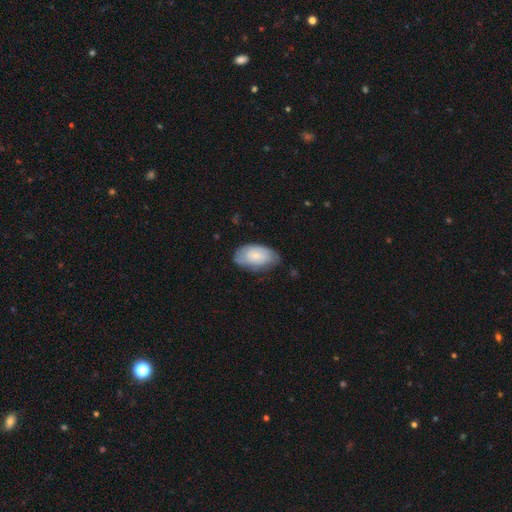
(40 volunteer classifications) A featured or disk galaxy (52%) with no bar (86%), tight (62%) spiral arms (62%) and a small central bulge (71%).

Vote fractions:
- Smooth or featured? featured or disk: 52% / smooth: 48% / star or artifact: 0%
- Edge-on disk? no: 100% / yes: 0%
- Bar? no: 86% / weak: 14% / strong: 0%
- Spiral arms? yes: 62% / no: 38%
- Spiral winding? tight: 62% / medium: 31% / loose: 8%
- Spiral arm count? can't tell: 62% / 2: 23% / 3: 8% / 4: 8% / 1: 0% / more than 4: 0%
- Bulge size? small: 71% / moderate: 14% / large: 10% / none: 5% / dominant: 0%
- Merging? none: 78% / minor disturbance: 18% / major disturbance: 5% / merger: 0%